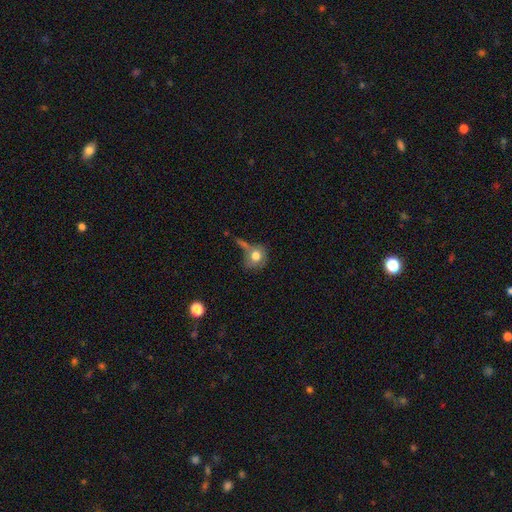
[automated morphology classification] A smooth galaxy with no disk features (74%) that is round (73%).

Vote fractions:
- Smooth or featured? smooth: 74% / featured or disk: 17% / star or artifact: 9%
- How rounded? round: 73% / in between: 26% / cigar-shaped: 2%
- Merging? none: 40% / minor disturbance: 22% / merger: 20% / major disturbance: 18%